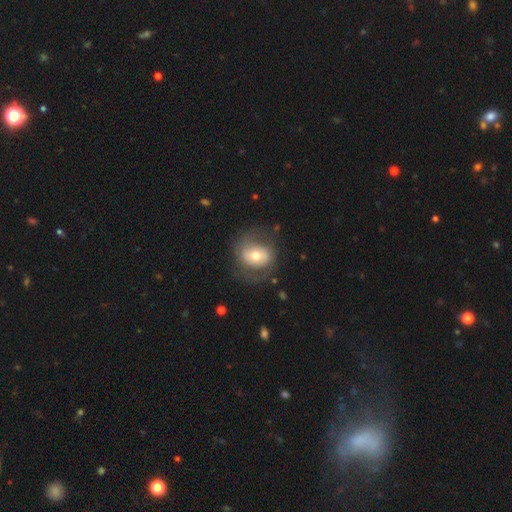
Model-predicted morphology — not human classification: The model was most divided on "smooth or featured": featured or disk: 50%, smooth: 43%, star or artifact: 7%. More confident: edge-on disk — no (95%); merging — none (64%).